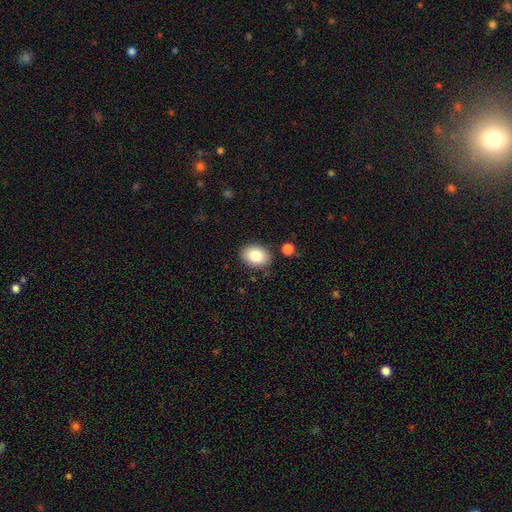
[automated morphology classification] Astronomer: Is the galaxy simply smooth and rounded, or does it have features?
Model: smooth — 85%.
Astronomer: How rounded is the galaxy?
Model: in between — 72%.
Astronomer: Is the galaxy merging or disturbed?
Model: none — 84%.